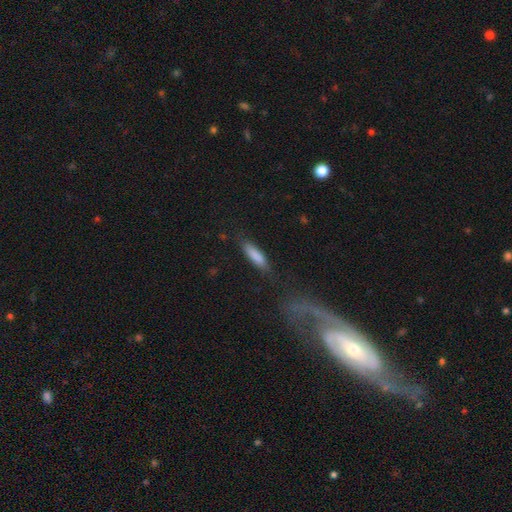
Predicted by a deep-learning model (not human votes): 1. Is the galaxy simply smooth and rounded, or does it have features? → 84% smooth, 9% featured or disk, 6% star or artifact.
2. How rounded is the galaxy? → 64% cigar-shaped, 34% in between, 2% round.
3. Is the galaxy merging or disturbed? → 79% none, 14% minor disturbance, 4% major disturbance, 2% merger.